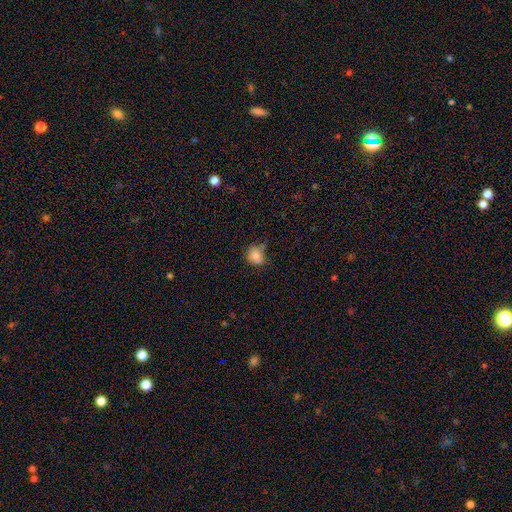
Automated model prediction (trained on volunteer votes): Q: Smooth or featured?
A: smooth (80%); runner-up: star or artifact (11%)
Q: How rounded?
A: round (58%); runner-up: in between (41%)
Q: Merging?
A: none (65%); runner-up: minor disturbance (25%)